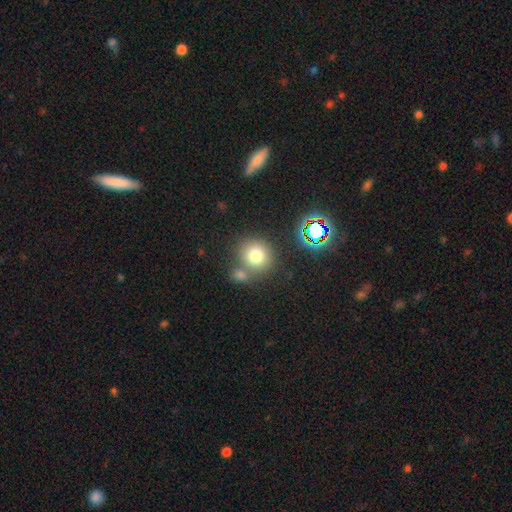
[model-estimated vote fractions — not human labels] smooth_or_featured: smooth (p=0.76) [alt: star or artifact p=0.15]
how_rounded: round (p=0.89) [alt: in between p=0.10]
merging: none (p=0.62) [alt: merger p=0.25]